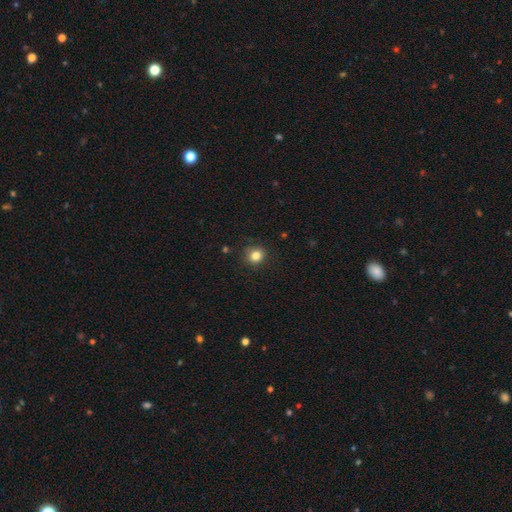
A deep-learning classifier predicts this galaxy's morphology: The model was most divided on "smooth or featured": smooth: 83%, star or artifact: 12%, featured or disk: 5%. More confident: merging — none (89%); how rounded — round (89%).